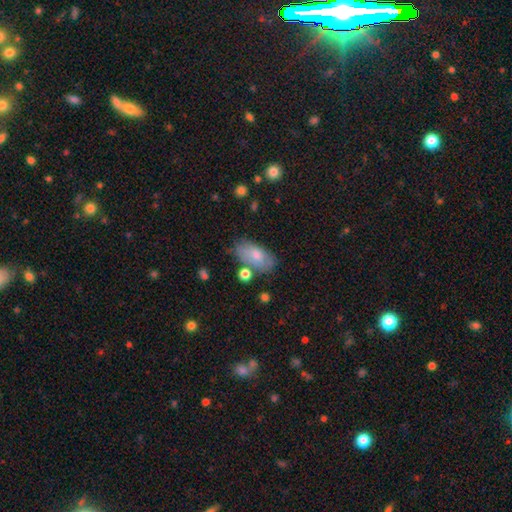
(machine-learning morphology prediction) Smooth or featured? smooth (74%)
How rounded? in between (91%)
Merging? none (64%)